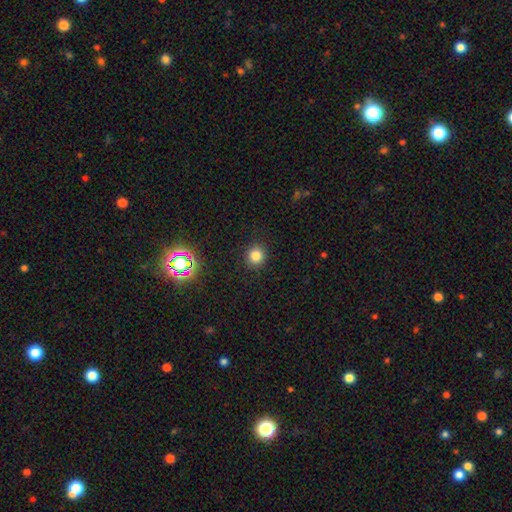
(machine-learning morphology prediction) smooth_or_featured: smooth (p=0.80) [alt: star or artifact p=0.15]
how_rounded: round (p=0.90) [alt: in between p=0.09]
merging: none (p=0.90) [alt: minor disturbance p=0.06]